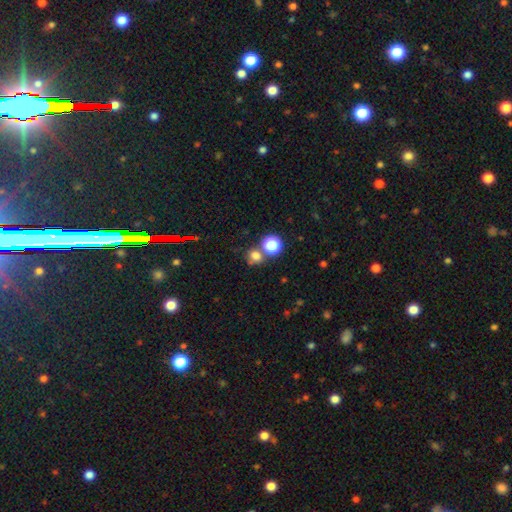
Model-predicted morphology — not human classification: smooth 73%, star or artifact 20%, featured or disk 7%. Down the decision tree: how rounded — round (77%); merging — none (60%).